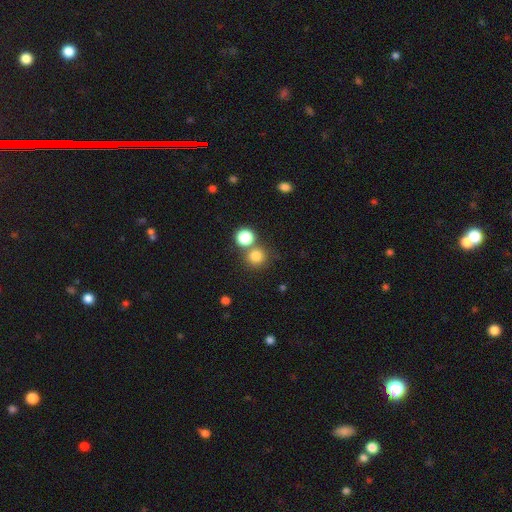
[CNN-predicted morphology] smooth-or-featured: smooth: 80% | star or artifact: 14% | featured or disk: 7%
  how-rounded: round: 91% | in between: 8% | cigar-shaped: 1%
  merging: none: 64% | merger: 26% | minor disturbance: 7% | major disturbance: 3%